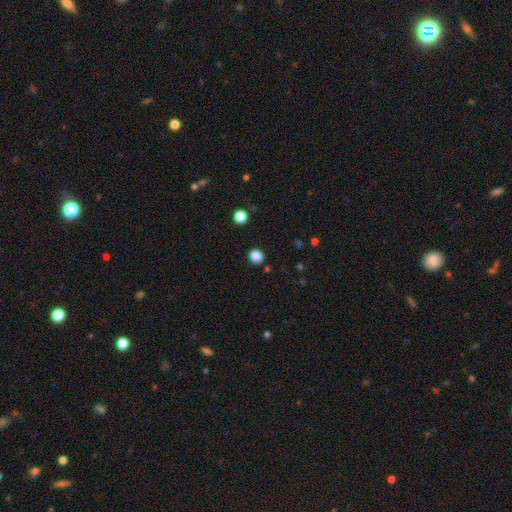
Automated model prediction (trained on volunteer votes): The model was most divided on "how rounded": round: 75%, in between: 24%, cigar-shaped: 1%. More confident: merging — none (89%); smooth or featured — smooth (85%).